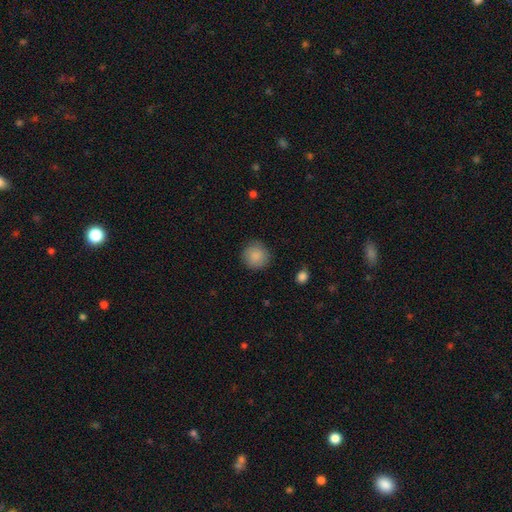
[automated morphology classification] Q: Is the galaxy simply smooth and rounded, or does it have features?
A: smooth — 88%.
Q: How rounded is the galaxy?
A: round — 93%.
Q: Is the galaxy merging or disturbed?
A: none — 87%.